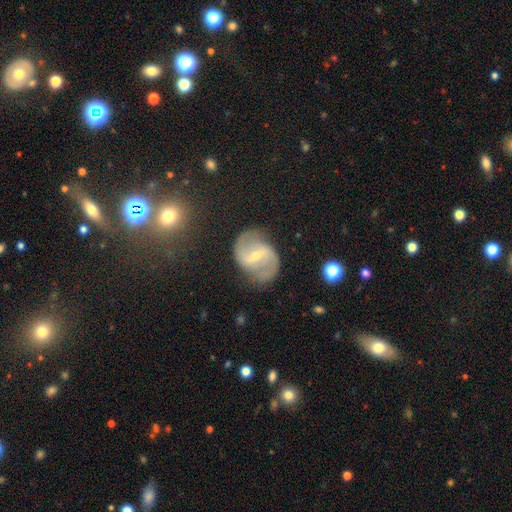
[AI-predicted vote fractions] Smooth or featured? featured or disk (84%)
Edge-on disk? no (97%)
Bar? strong (44%)
Spiral arms? yes (92%)
Spiral winding? medium (48%)
Spiral arm count? 2 (91%)
Bulge size? small (58%)
Merging? none (76%)